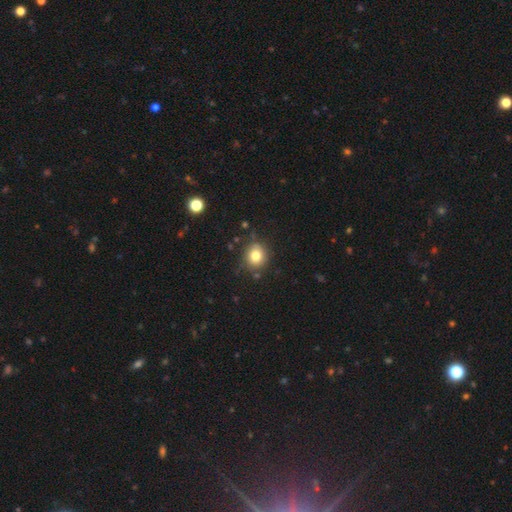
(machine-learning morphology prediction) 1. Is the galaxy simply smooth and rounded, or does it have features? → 79% smooth, 11% star or artifact, 9% featured or disk.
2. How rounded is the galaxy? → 82% round, 17% in between, 1% cigar-shaped.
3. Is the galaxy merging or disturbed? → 79% none, 14% minor disturbance, 4% merger, 3% major disturbance.